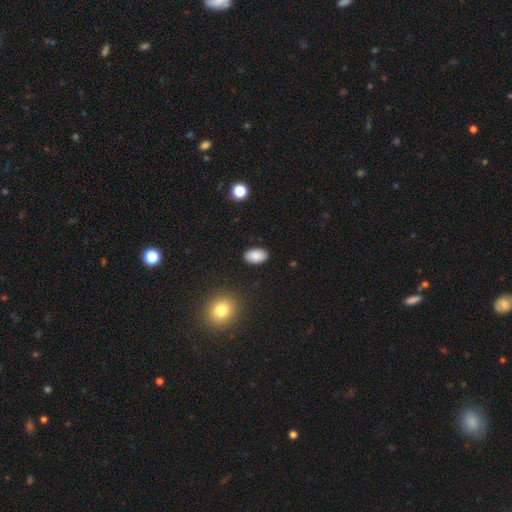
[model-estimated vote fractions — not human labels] Overall: smooth (88%). How rounded: in between (93%). Merging: none (89%).